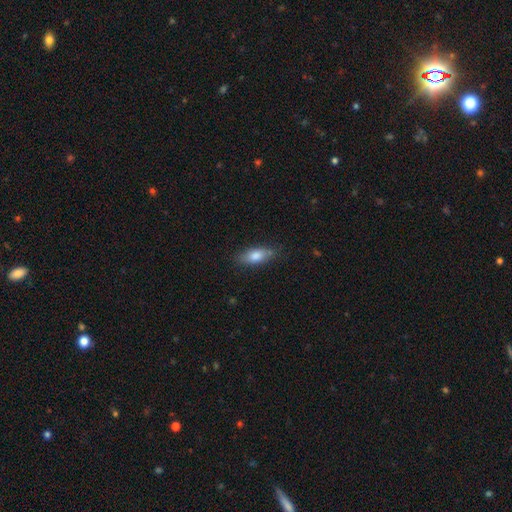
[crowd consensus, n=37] Smooth or featured? smooth (81%)
How rounded? in between (80%)
Merging? none (77%)